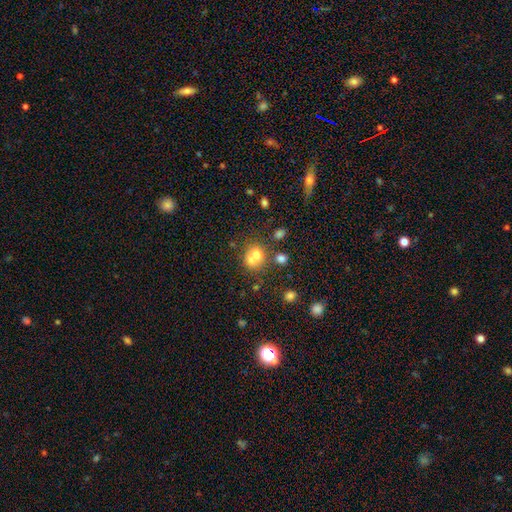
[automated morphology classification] smooth 69%, featured or disk 17%, star or artifact 14%. Down the decision tree: how rounded — round (71%); merging — merger (46%).